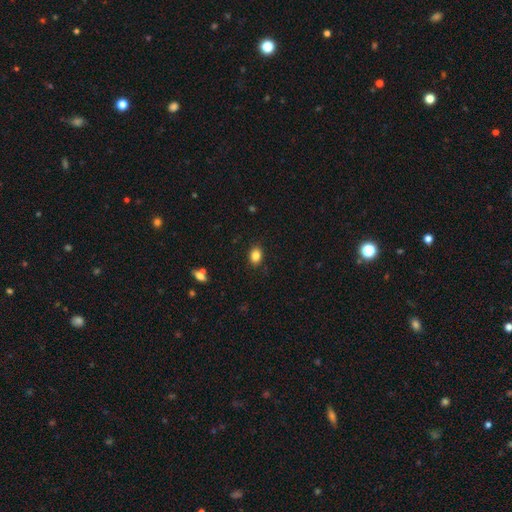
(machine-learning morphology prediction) smooth_or_featured: smooth (p=0.84) [alt: star or artifact p=0.10]
how_rounded: in between (p=0.67) [alt: round p=0.32]
merging: none (p=0.88) [alt: minor disturbance p=0.09]